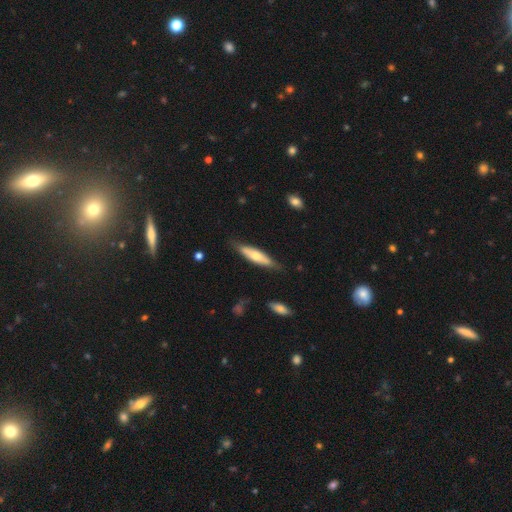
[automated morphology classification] Smooth or featured? Predicted: smooth (p=0.53). How rounded? Predicted: cigar-shaped (p=0.71). Merging? Predicted: none (p=0.79).